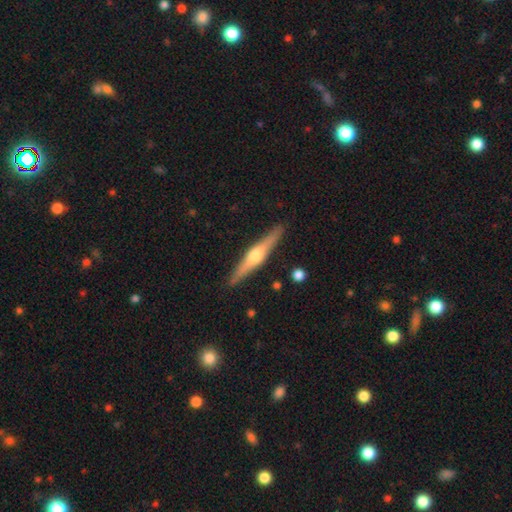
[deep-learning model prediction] Q: Smooth or featured?
A: featured or disk (71%); runner-up: smooth (24%)
Q: Edge-on disk?
A: yes (98%); runner-up: no (2%)
Q: Edge-on bulge?
A: rounded (92%); runner-up: boxy (5%)
Q: Merging?
A: none (90%); runner-up: minor disturbance (7%)